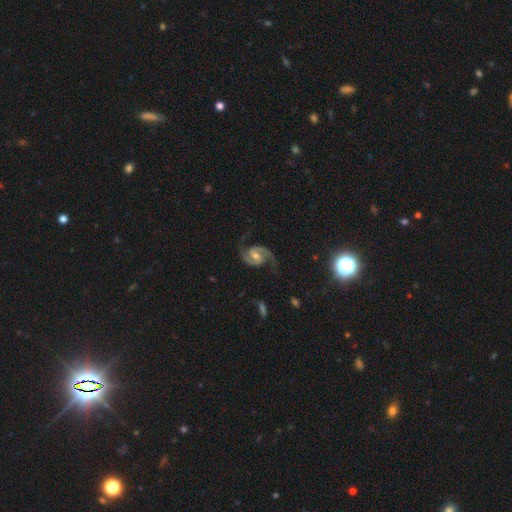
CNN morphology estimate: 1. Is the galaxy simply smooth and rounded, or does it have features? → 93% featured or disk, 4% star or artifact, 3% smooth.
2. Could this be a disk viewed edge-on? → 98% no, 2% yes.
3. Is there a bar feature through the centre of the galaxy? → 45% weak, 38% no, 16% strong.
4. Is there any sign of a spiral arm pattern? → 98% yes, 2% no.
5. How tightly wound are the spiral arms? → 60% medium, 22% loose, 18% tight.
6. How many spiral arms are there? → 94% 2, 1% can't tell, 1% 1, 1% 3, 1% 4, 1% more than 4.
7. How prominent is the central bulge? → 66% moderate, 27% small, 4% large, 2% none, 1% dominant.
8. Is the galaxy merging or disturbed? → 79% none, 14% minor disturbance, 6% major disturbance, 1% merger.